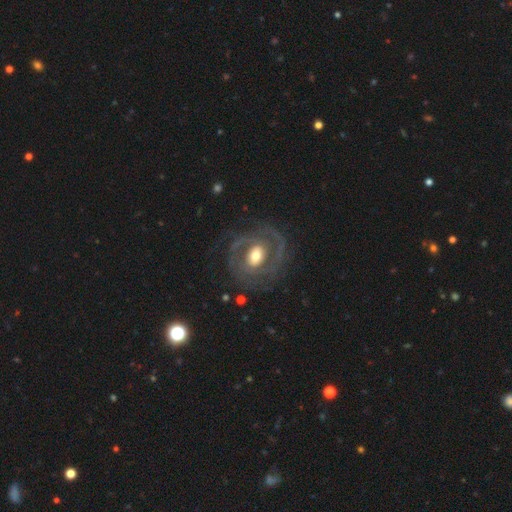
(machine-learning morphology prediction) A featured or disk galaxy (85%) with no bar (41%), 2 (62%) tight (46%) spiral arms (90%) and a moderate central bulge (63%).

Vote fractions:
- Smooth or featured? featured or disk: 85% / smooth: 10% / star or artifact: 5%
- Edge-on disk? no: 97% / yes: 3%
- Bar? no: 41% / weak: 40% / strong: 19%
- Spiral arms? yes: 90% / no: 10%
- Spiral winding? tight: 46% / medium: 42% / loose: 13%
- Spiral arm count? 2: 62% / can't tell: 15% / 3: 11% / 1: 5% / 4: 4% / more than 4: 4%
- Bulge size? moderate: 63% / large: 23% / small: 11% / dominant: 2% / none: 1%
- Merging? none: 74% / minor disturbance: 14% / major disturbance: 11% / merger: 1%